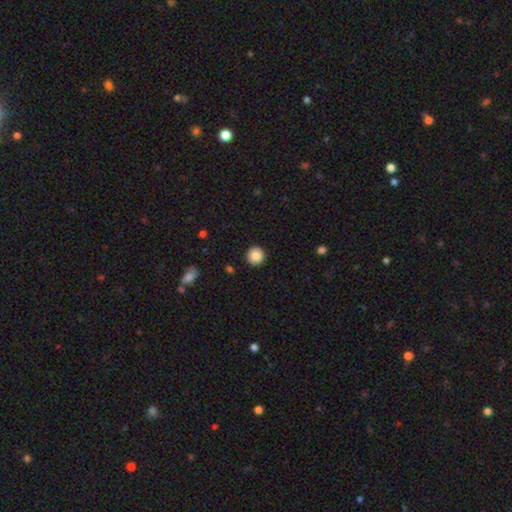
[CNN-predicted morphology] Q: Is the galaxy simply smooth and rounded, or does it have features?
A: smooth — 84%.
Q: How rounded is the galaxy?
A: round — 95%.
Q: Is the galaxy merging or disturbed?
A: none — 92%.